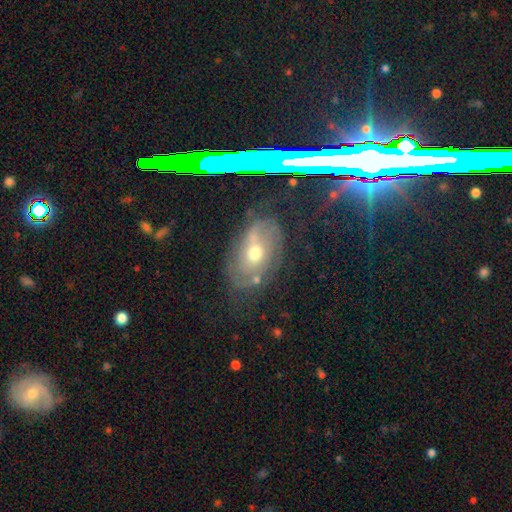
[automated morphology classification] Smooth or featured?
  - featured or disk: 50% *
  - smooth: 32%
  - star or artifact: 18%
Merging?
  - none: 71% *
  - minor disturbance: 18%
  - major disturbance: 8%
  - merger: 3%